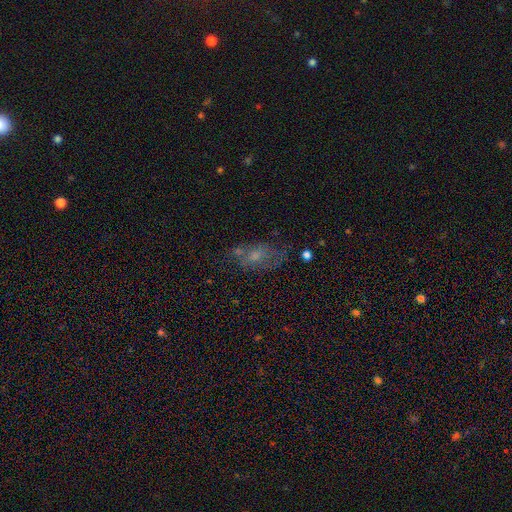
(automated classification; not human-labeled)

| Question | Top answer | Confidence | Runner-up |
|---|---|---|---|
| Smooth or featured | smooth | 40% | featured or disk (39%) |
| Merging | none | 52% | minor disturbance (22%) |